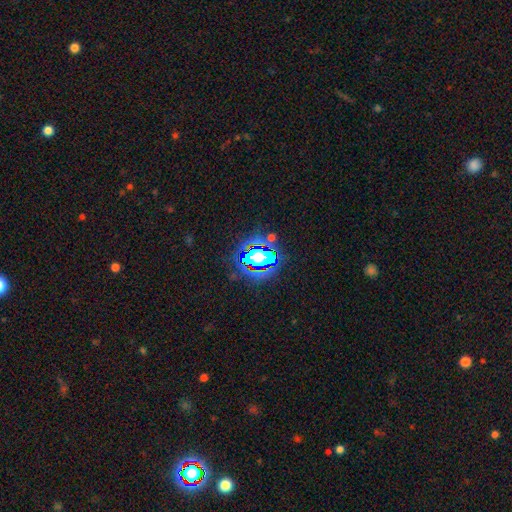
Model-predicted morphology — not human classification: This is likely a star or artifact rather than a galaxy (79%).